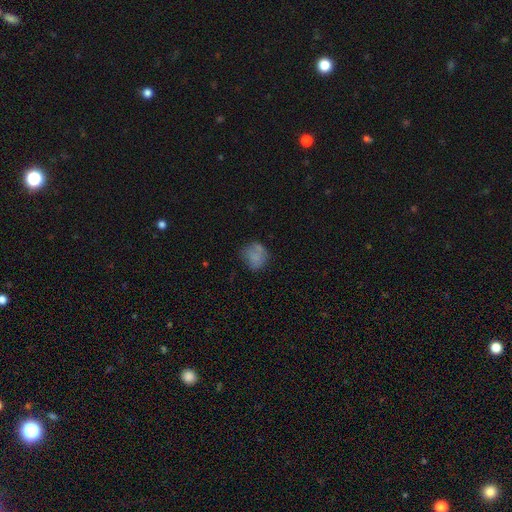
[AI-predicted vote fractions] Smooth or featured: smooth — 71% (featured or disk — 18%)
How rounded: round — 77% (in between — 22%)
Merging: none — 57% (minor disturbance — 25%)